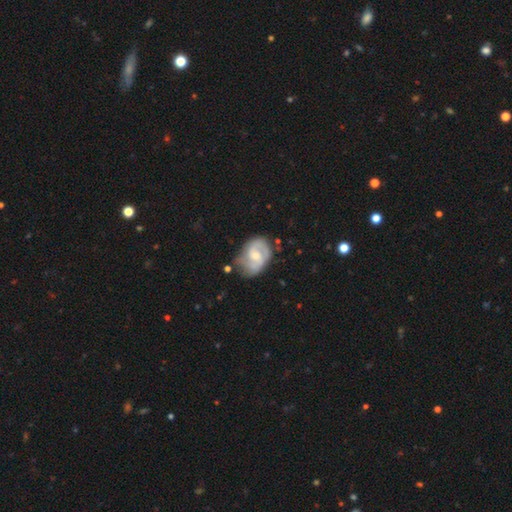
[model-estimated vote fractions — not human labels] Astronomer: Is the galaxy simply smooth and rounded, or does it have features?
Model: featured or disk — 70%.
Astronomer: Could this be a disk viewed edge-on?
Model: no — 98%.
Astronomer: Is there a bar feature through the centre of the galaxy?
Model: weak — 48% (runner-up: no, 43%).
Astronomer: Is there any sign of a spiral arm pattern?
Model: yes — 86%.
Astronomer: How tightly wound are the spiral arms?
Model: medium — 47% (runner-up: tight, 32%).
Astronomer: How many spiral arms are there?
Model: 2 — 69%.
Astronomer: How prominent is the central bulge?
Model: moderate — 48% (runner-up: small, 38%).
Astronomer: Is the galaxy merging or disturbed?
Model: none — 51% (runner-up: minor disturbance, 31%).